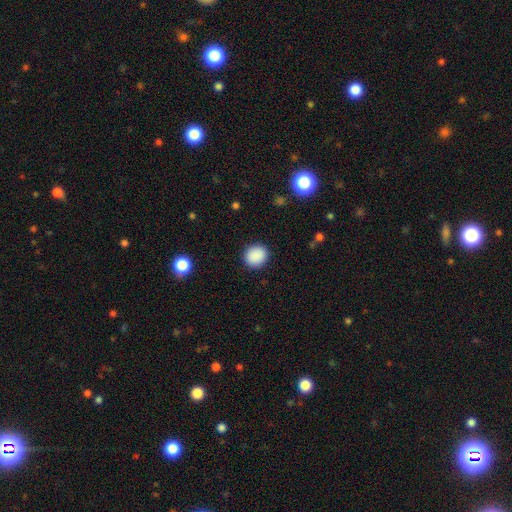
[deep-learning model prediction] This is clearly a smooth galaxy (89%). How rounded: clearly round (82%). Merging: clearly none (90%).